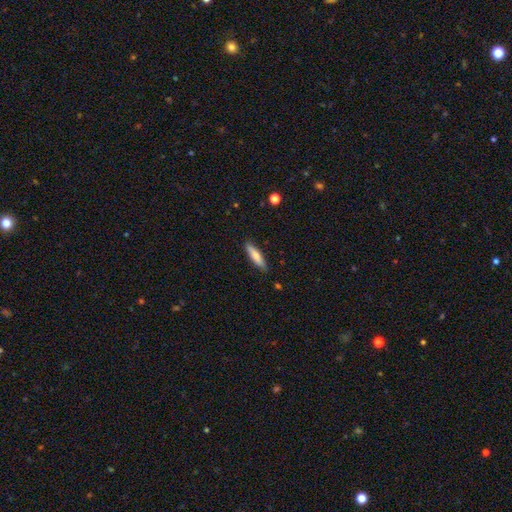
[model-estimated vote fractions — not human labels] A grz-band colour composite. It shows a smooth galaxy with no disk features (71%) that is cigar-shaped (79%). Merging: none (88%).